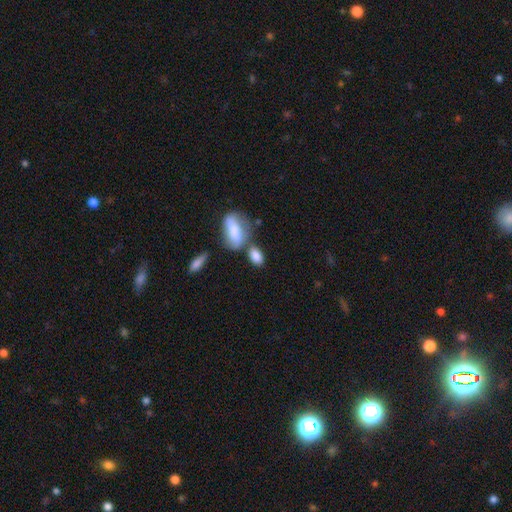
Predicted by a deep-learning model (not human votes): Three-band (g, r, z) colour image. It shows a smooth galaxy with no disk features (83%) that is in between round and cigar-shaped (86%). Merging: none (51%).